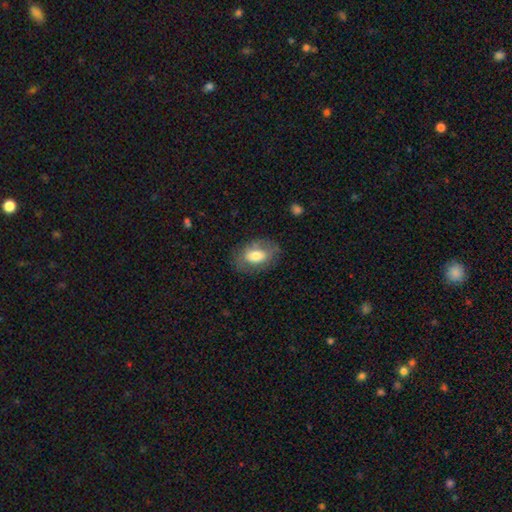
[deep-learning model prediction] Morphology: type=smooth (66%); roundness=in between (86%); merging=none (73%).